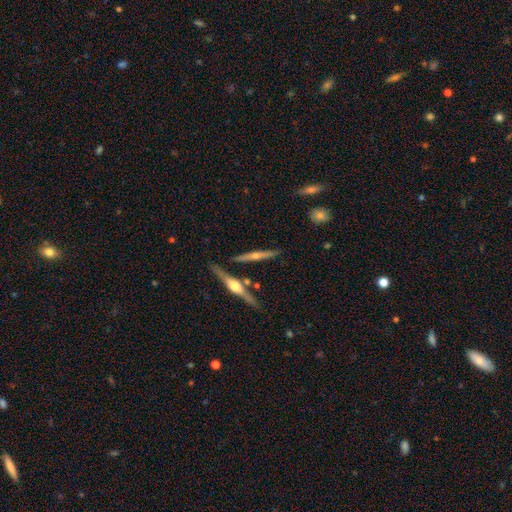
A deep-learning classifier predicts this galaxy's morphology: Smooth or featured? Predicted: featured or disk (p=0.77). Edge-on disk? Predicted: yes (p=0.96). Edge-on bulge? Predicted: rounded (p=0.90). Merging? Predicted: none (p=0.79).